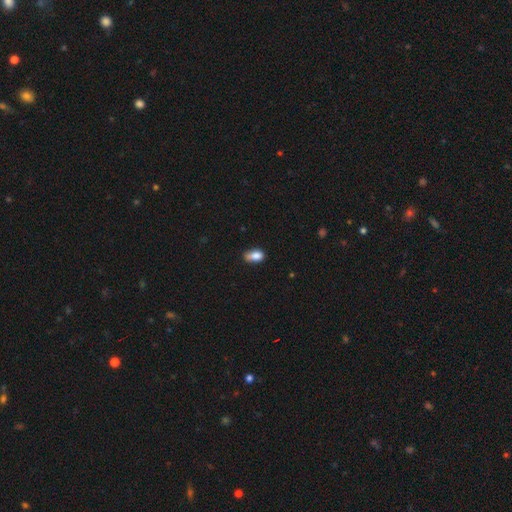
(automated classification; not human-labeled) smooth 83%, star or artifact 9%, featured or disk 8%. Down the decision tree: how rounded — in between (88%); merging — none (50%).